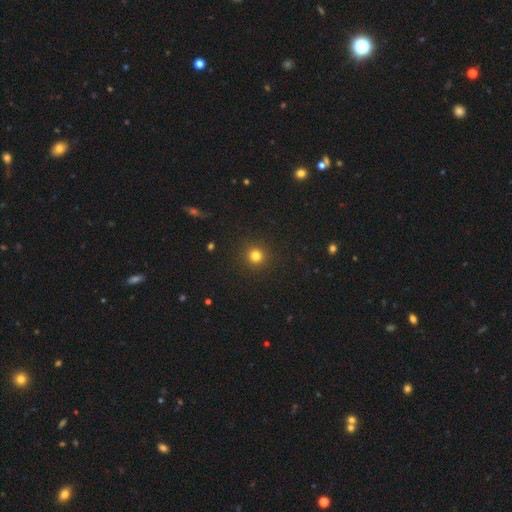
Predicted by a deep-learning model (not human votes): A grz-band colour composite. It shows a smooth galaxy with no disk features (81%) that is round (95%). Merging: none (92%).